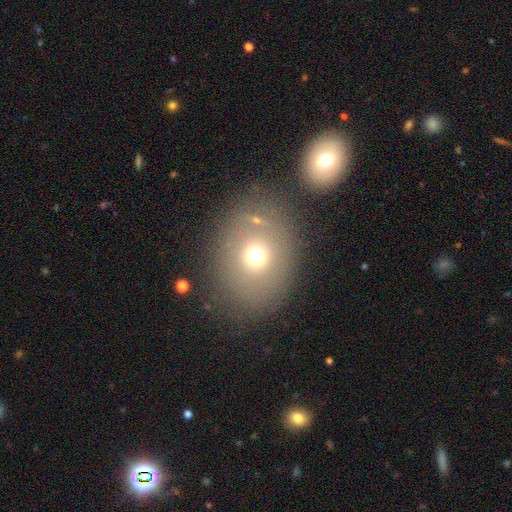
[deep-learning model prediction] Smooth or featured?
  - smooth: 66% *
  - featured or disk: 19%
  - star or artifact: 15%
How rounded?
  - round: 58% *
  - in between: 41%
  - cigar-shaped: 1%
Merging?
  - none: 74% *
  - minor disturbance: 13%
  - merger: 7%
  - major disturbance: 6%